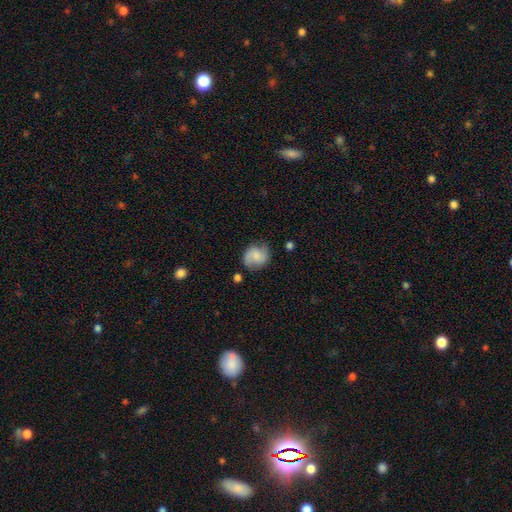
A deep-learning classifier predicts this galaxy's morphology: smooth-or-featured: smooth: 57% | featured or disk: 35% | star or artifact: 8%
  how-rounded: round: 70% | in between: 28% | cigar-shaped: 1%
  merging: none: 67% | minor disturbance: 23% | major disturbance: 7% | merger: 3%